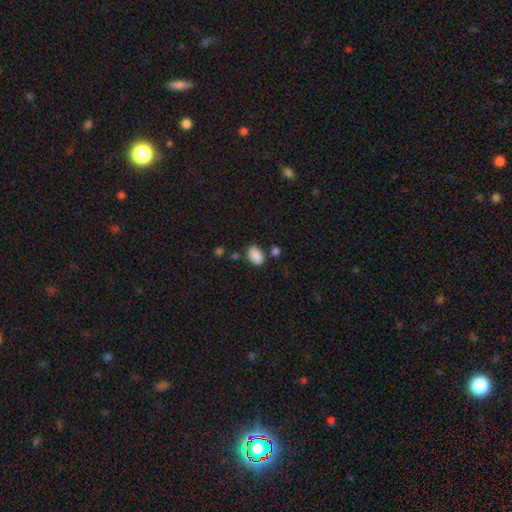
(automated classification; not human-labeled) smooth-or-featured: smooth: 88% | star or artifact: 8% | featured or disk: 4%
  how-rounded: in between: 87% | round: 12% | cigar-shaped: 1%
  merging: none: 72% | minor disturbance: 15% | merger: 8% | major disturbance: 4%